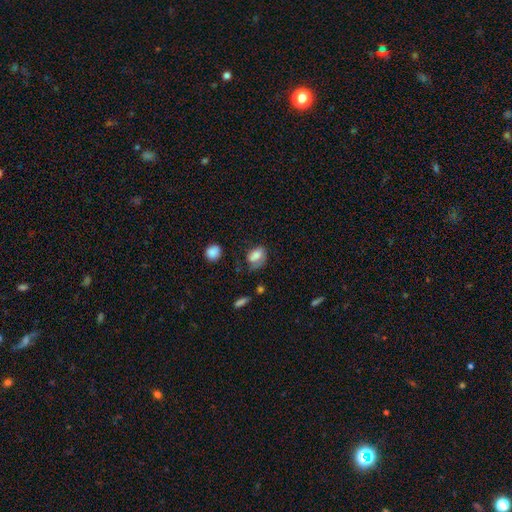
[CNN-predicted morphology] This appears to be a smooth galaxy with no disk features (74%) that is in between round and cigar-shaped (78%). Merging: none (40%).